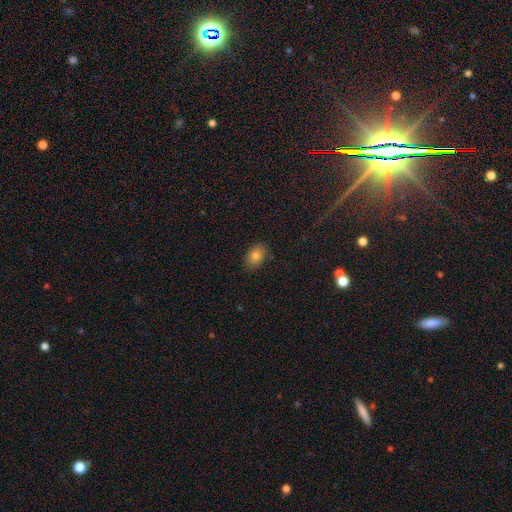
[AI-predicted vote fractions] This is clearly a smooth galaxy (80%). How rounded: clearly in between (82%). Merging: clearly none (86%).